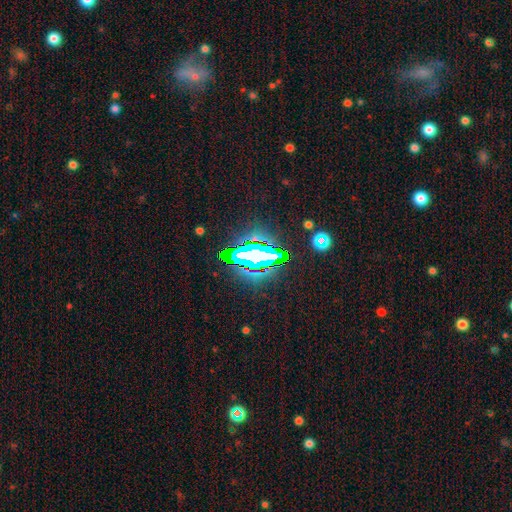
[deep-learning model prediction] Q: Smooth or featured?
A: star or artifact (67%); runner-up: smooth (17%)